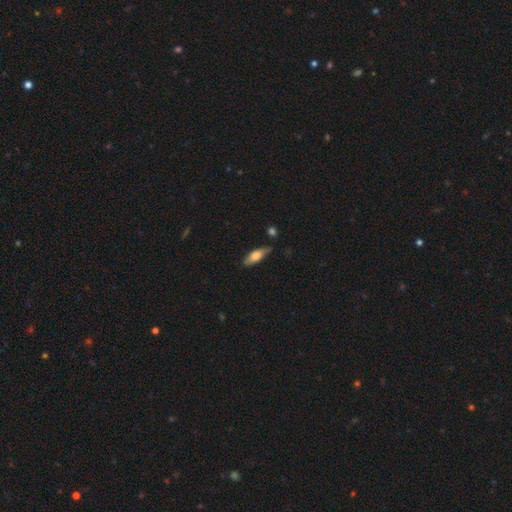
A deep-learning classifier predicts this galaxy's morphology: smooth 64%, featured or disk 30%, star or artifact 6%. Down the decision tree: how rounded — in between (60%); merging — none (77%).